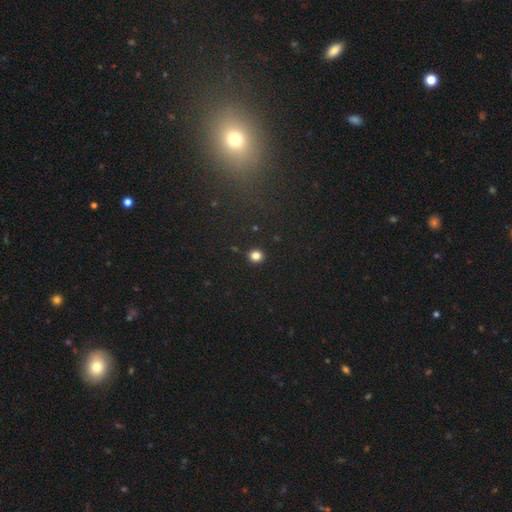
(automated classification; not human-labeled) Smooth or featured? smooth (82%)
How rounded? round (86%)
Merging? none (92%)